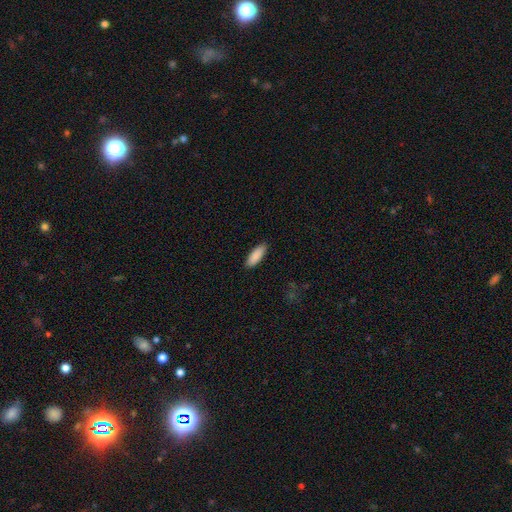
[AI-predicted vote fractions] Smooth or featured: smooth — 90% (star or artifact — 6%)
How rounded: in between — 66% (cigar-shaped — 33%)
Merging: none — 88% (minor disturbance — 9%)